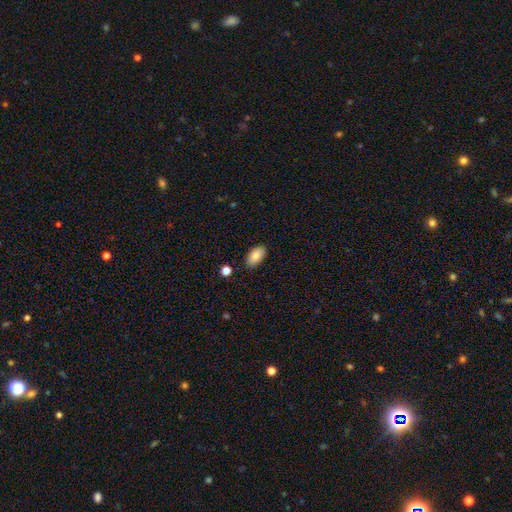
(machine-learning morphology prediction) Overall: smooth (84%). How rounded: in between (94%). Merging: none (85%).